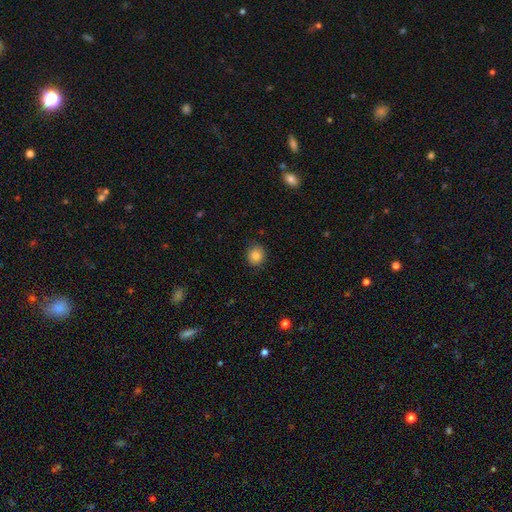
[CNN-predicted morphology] smooth-or-featured: smooth: 84% | star or artifact: 10% | featured or disk: 6%
  how-rounded: round: 82% | in between: 17% | cigar-shaped: 1%
  merging: none: 88% | minor disturbance: 9% | major disturbance: 2% | merger: 1%